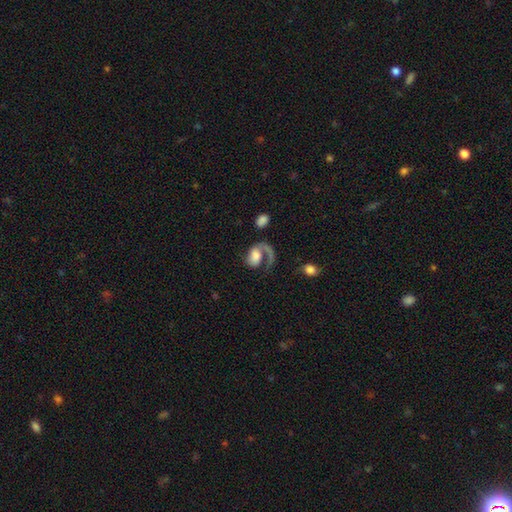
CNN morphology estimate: Q: Smooth or featured?
A: featured or disk (63%); runner-up: smooth (29%)
Q: Edge-on disk?
A: no (97%); runner-up: yes (3%)
Q: Bar?
A: no (68%); runner-up: weak (24%)
Q: Spiral arms?
A: yes (86%); runner-up: no (14%)
Q: Spiral winding?
A: loose (50%); runner-up: medium (31%)
Q: Spiral arm count?
A: 1 (89%); runner-up: 2 (5%)
Q: Bulge size?
A: large (31%); runner-up: moderate (25%)
Q: Merging?
A: major disturbance (44%); runner-up: none (34%)